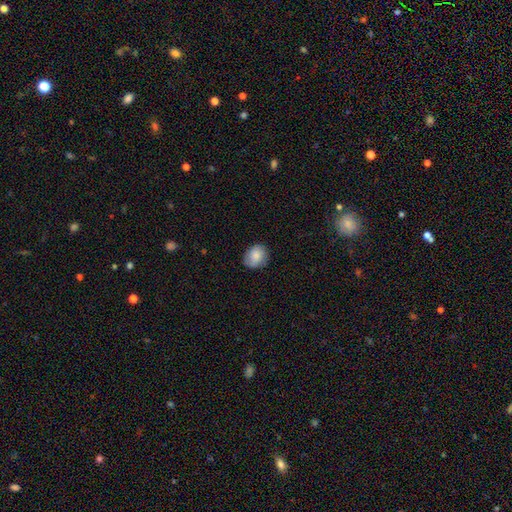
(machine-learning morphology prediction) Smooth or featured? Predicted: smooth (p=0.78). How rounded? Predicted: round (p=0.51). Merging? Predicted: none (p=0.77).